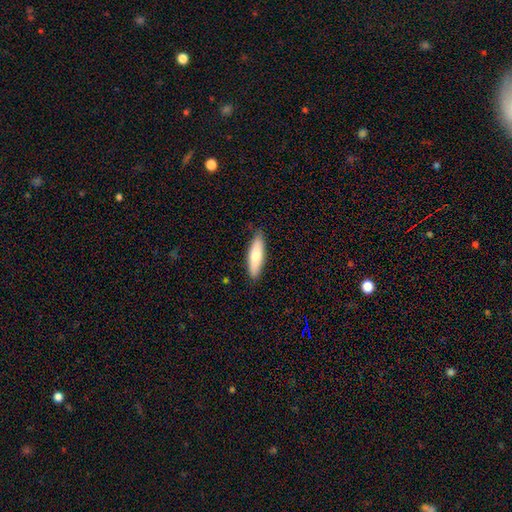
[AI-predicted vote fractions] This appears to be a smooth galaxy with no disk features (75%) that is cigar-shaped (63%). Merging: none (86%).